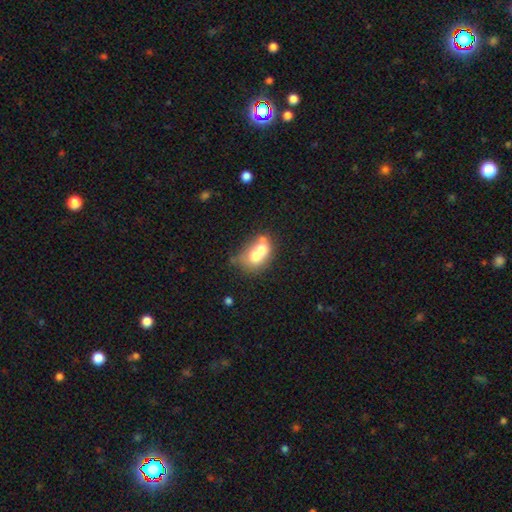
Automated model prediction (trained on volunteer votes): A smooth galaxy with no disk features (61%) that is in between round and cigar-shaped (58%).

Vote fractions:
- Smooth or featured? smooth: 61% / featured or disk: 30% / star or artifact: 10%
- How rounded? in between: 58% / round: 40% / cigar-shaped: 1%
- Merging? merger: 68% / none: 18% / minor disturbance: 8% / major disturbance: 6%